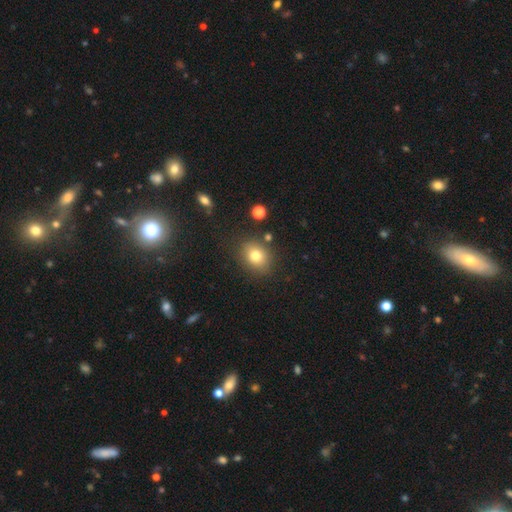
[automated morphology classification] This is likely a smooth galaxy (78%). How rounded: possibly round (54%). Merging: clearly none (81%).